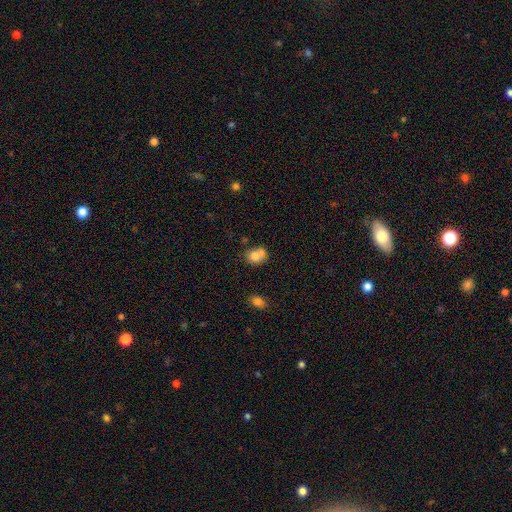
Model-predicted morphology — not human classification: A smooth galaxy with no disk features (76%) that is round (59%).

Vote fractions:
- Smooth or featured? smooth: 76% / featured or disk: 14% / star or artifact: 10%
- How rounded? round: 59% / in between: 40% / cigar-shaped: 1%
- Merging? merger: 43% / none: 38% / minor disturbance: 14% / major disturbance: 5%